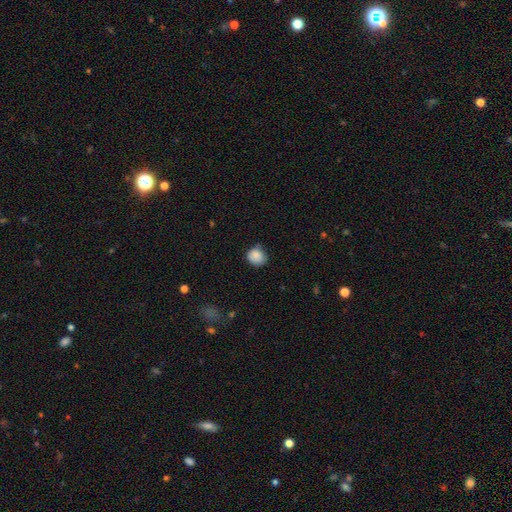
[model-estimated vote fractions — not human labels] Q: Smooth or featured?
A: smooth (87%); runner-up: star or artifact (9%)
Q: How rounded?
A: round (77%); runner-up: in between (22%)
Q: Merging?
A: none (69%); runner-up: minor disturbance (24%)